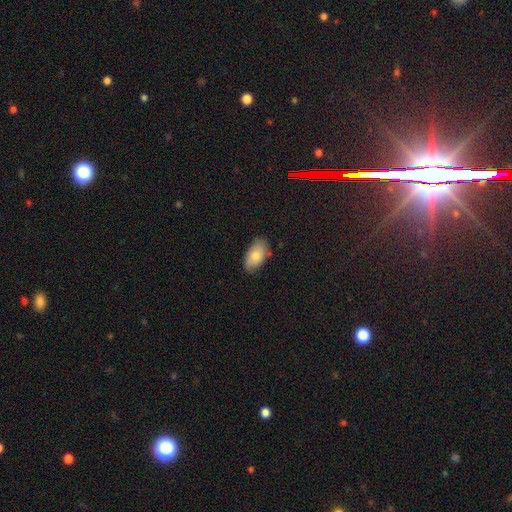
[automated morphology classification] Smooth or featured? smooth (79%)
How rounded? in between (94%)
Merging? none (77%)